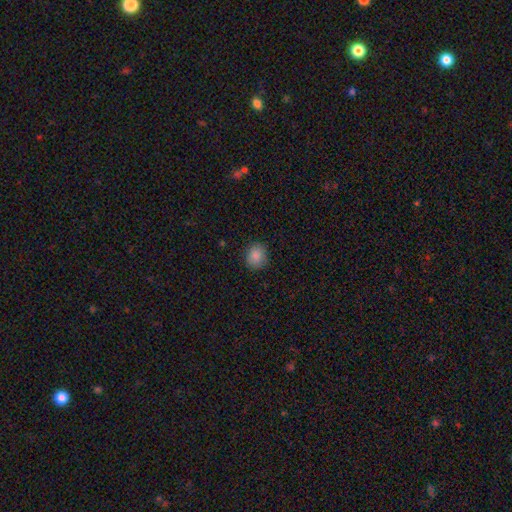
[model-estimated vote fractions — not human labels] A smooth galaxy with no disk features (87%) that is round (74%).

Vote fractions:
- Smooth or featured? smooth: 87% / star or artifact: 9% / featured or disk: 4%
- How rounded? round: 74% / in between: 26% / cigar-shaped: 1%
- Merging? none: 86% / minor disturbance: 10% / major disturbance: 3% / merger: 1%